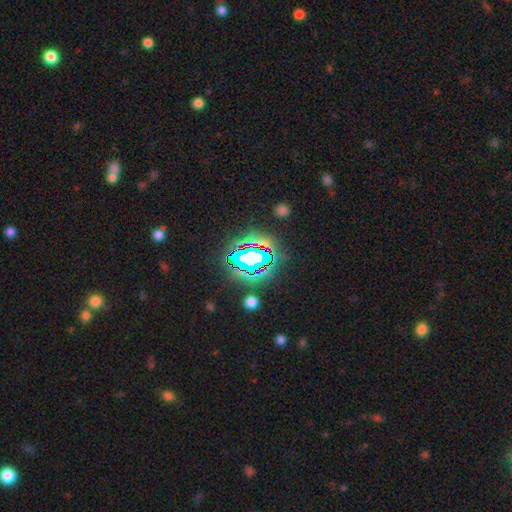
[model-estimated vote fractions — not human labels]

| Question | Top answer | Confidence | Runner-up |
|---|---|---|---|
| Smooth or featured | star or artifact | 70% | smooth (17%) |